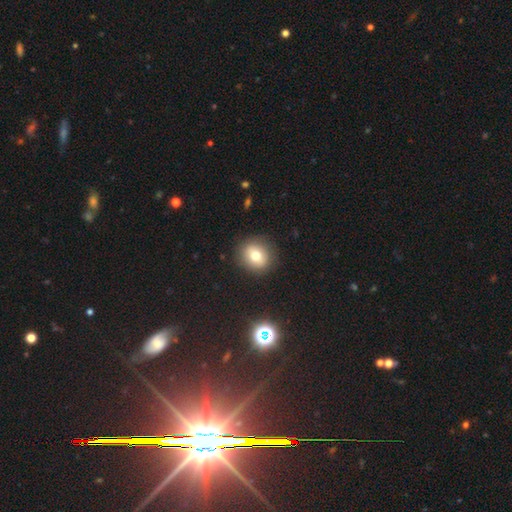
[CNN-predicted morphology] Smooth or featured?
  - smooth: 72% *
  - featured or disk: 15%
  - star or artifact: 12%
How rounded?
  - round: 80% *
  - in between: 19%
  - cigar-shaped: 1%
Merging?
  - none: 88% *
  - minor disturbance: 8%
  - major disturbance: 3%
  - merger: 1%